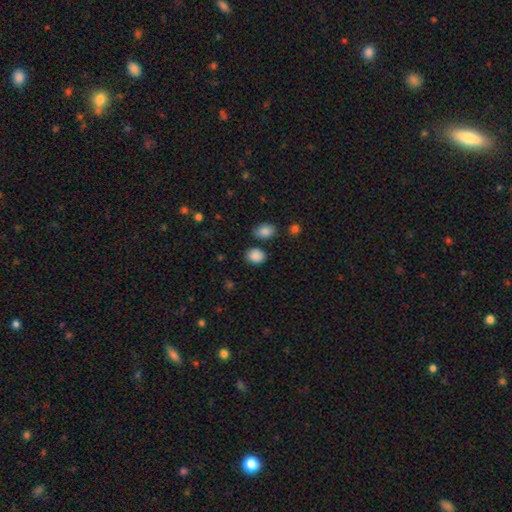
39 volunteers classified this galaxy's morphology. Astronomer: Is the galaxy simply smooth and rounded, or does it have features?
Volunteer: smooth — 95%.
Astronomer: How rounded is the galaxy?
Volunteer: round — 65%.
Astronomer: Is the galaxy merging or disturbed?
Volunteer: none — 76%.